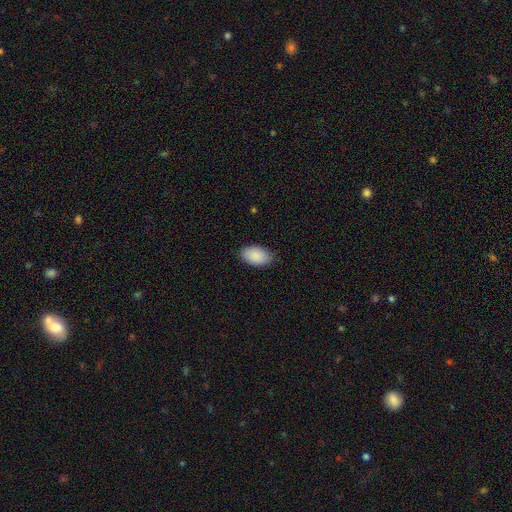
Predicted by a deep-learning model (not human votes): Smooth or featured?
  - smooth: 91% *
  - star or artifact: 6%
  - featured or disk: 4%
How rounded?
  - in between: 95% *
  - round: 4%
  - cigar-shaped: 1%
Merging?
  - none: 85% *
  - minor disturbance: 12%
  - major disturbance: 2%
  - merger: 1%